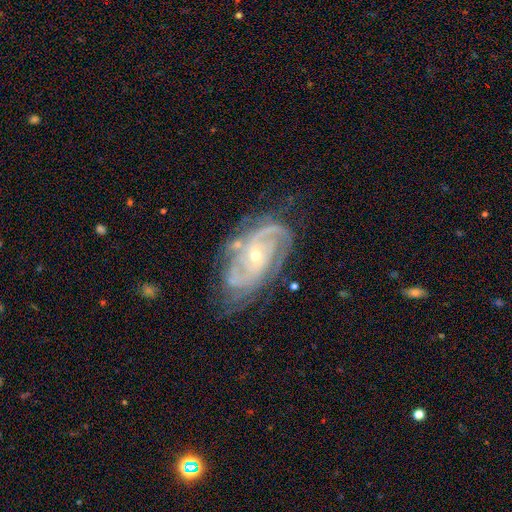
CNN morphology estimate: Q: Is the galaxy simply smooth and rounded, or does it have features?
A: featured or disk — 89%.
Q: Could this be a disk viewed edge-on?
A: no — 96%.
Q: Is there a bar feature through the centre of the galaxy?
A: no — 63%.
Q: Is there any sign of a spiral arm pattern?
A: yes — 96%.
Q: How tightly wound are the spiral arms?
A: tight — 59%.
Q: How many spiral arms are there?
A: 2 — 35%.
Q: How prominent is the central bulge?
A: small — 69%.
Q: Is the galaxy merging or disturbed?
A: none — 62%.